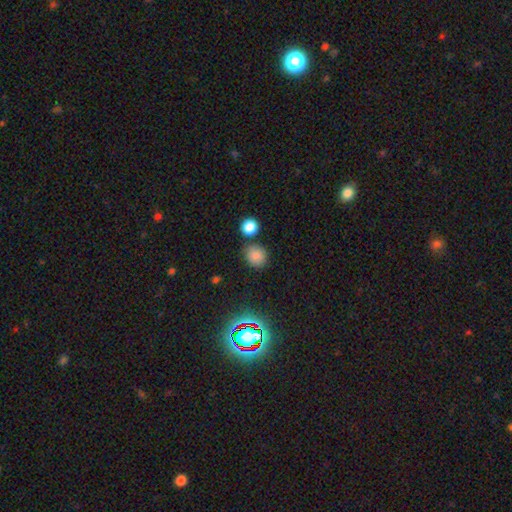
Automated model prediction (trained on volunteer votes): Smooth or featured? smooth (78%)
How rounded? round (77%)
Merging? none (77%)